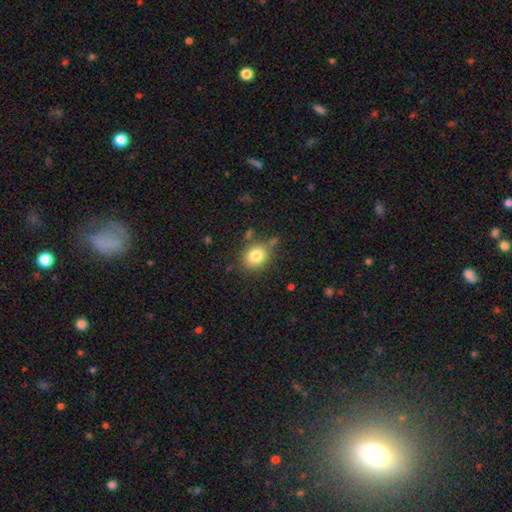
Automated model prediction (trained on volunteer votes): Morphology: type=smooth (82%); roundness=round (71%); merging=none (76%).